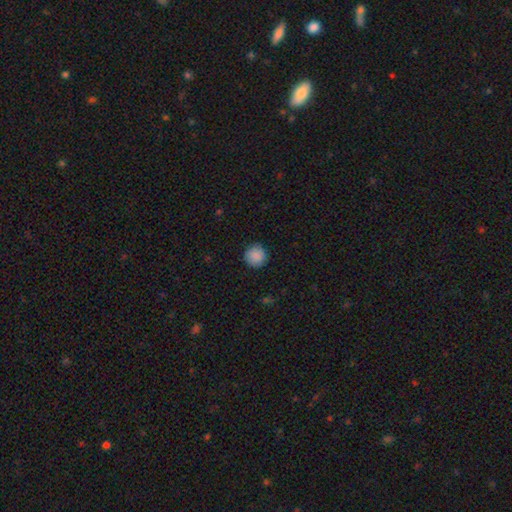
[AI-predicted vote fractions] Smooth or featured: smooth — 89% (star or artifact — 8%)
How rounded: round — 95% (in between — 4%)
Merging: none — 90% (minor disturbance — 7%)